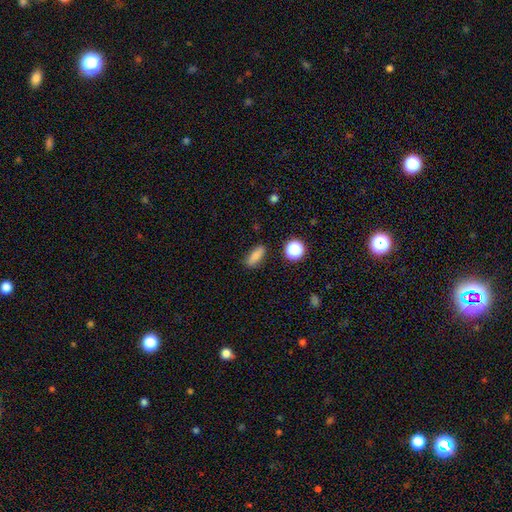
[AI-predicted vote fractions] Smooth or featured? Predicted: smooth (p=0.82). How rounded? Predicted: in between (p=0.67). Merging? Predicted: none (p=0.82).